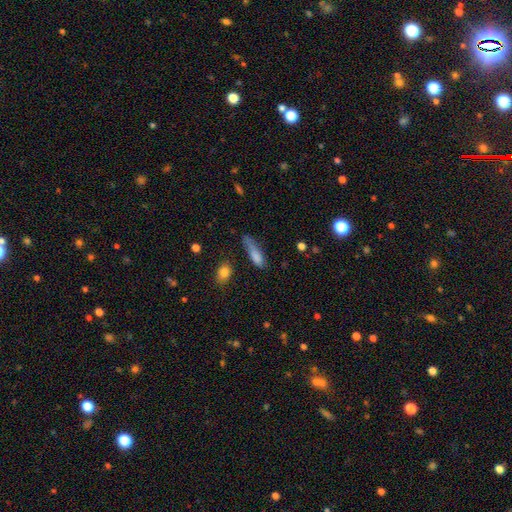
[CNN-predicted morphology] A smooth galaxy with no disk features (78%) that is cigar-shaped (62%). Merging: none (41%).